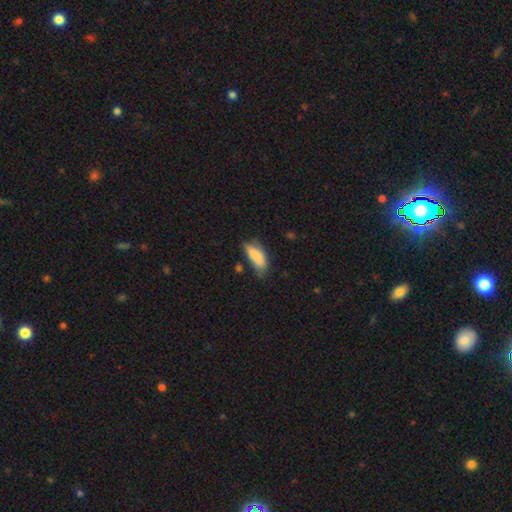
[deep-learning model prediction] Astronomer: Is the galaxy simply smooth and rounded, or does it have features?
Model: smooth — 79%.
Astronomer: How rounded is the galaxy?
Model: in between — 77%.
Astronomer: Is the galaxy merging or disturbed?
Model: none — 49% (runner-up: minor disturbance, 35%).